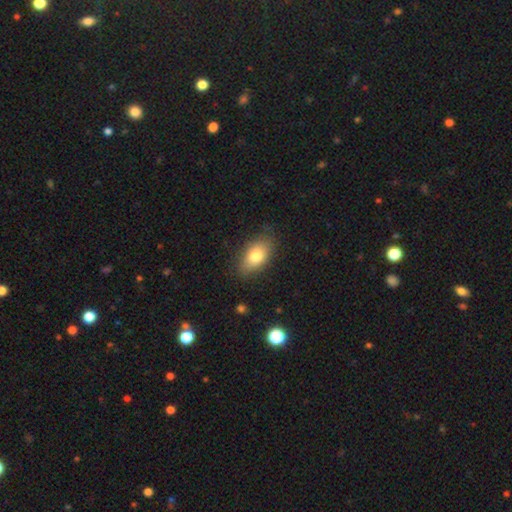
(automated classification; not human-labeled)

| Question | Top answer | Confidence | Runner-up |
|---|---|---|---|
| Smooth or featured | smooth | 77% | featured or disk (15%) |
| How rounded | in between | 88% | round (8%) |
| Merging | none | 81% | minor disturbance (14%) |